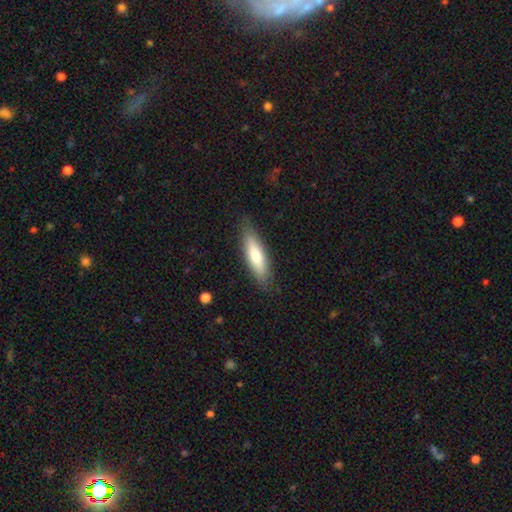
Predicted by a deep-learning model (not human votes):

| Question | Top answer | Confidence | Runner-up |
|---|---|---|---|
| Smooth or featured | smooth | 72% | featured or disk (23%) |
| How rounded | cigar-shaped | 62% | in between (36%) |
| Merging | none | 85% | minor disturbance (12%) |